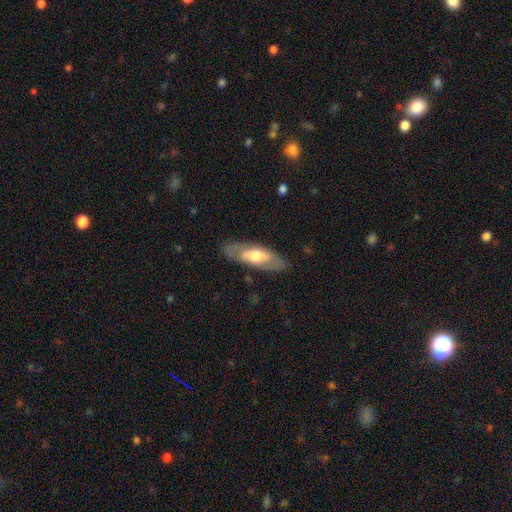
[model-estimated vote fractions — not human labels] A smooth galaxy with no disk features (48%).

Vote fractions:
- Smooth or featured? smooth: 48% / featured or disk: 47% / star or artifact: 5%
- Merging? none: 82% / minor disturbance: 13% / major disturbance: 4% / merger: 1%